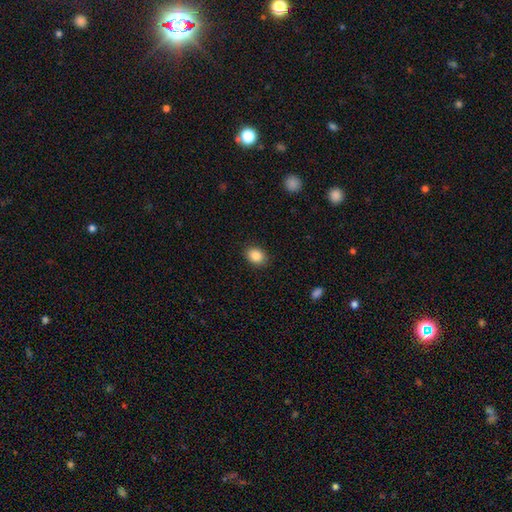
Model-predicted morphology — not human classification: Smooth or featured? Predicted: smooth (p=0.87). How rounded? Predicted: in between (p=0.59). Merging? Predicted: none (p=0.89).